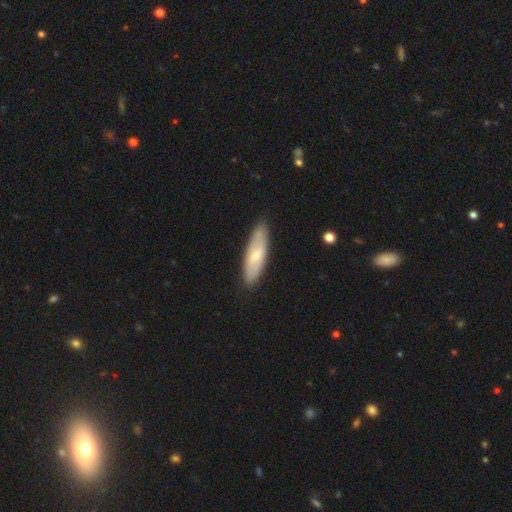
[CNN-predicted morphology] A smooth galaxy with no disk features (62%) that is cigar-shaped (53%).

Vote fractions:
- Smooth or featured? smooth: 62% / featured or disk: 33% / star or artifact: 6%
- How rounded? cigar-shaped: 53% / in between: 45% / round: 2%
- Merging? none: 85% / minor disturbance: 12% / major disturbance: 2% / merger: 1%